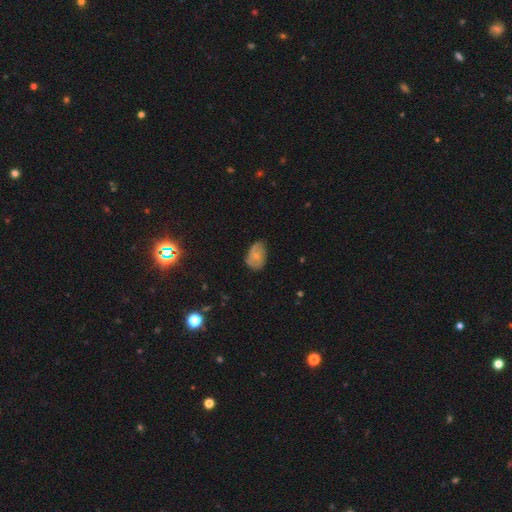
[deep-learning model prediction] smooth_or_featured: smooth (p=0.49) [alt: featured or disk p=0.43]
merging: none (p=0.57) [alt: minor disturbance p=0.32]